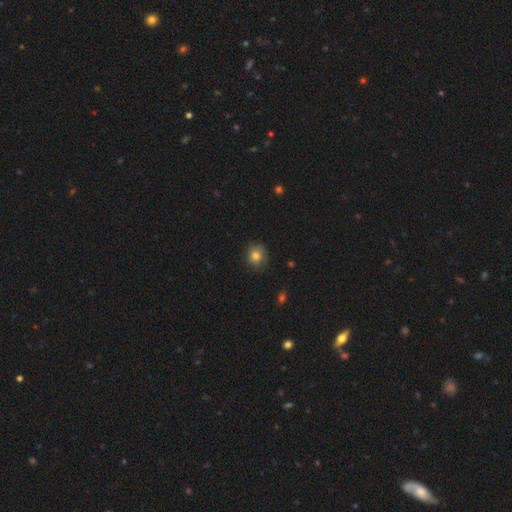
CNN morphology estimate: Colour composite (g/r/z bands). It shows a smooth galaxy with no disk features (82%) that is round (86%). Merging: none (84%).